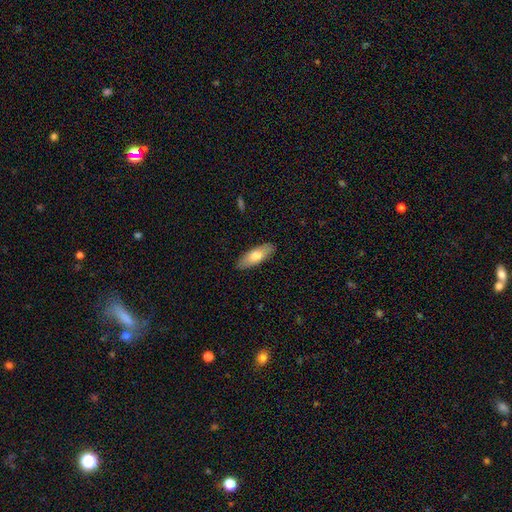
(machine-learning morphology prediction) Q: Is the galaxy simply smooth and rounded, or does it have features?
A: smooth — 71%.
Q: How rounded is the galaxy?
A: in between — 70%.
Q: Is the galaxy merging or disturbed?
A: none — 88%.